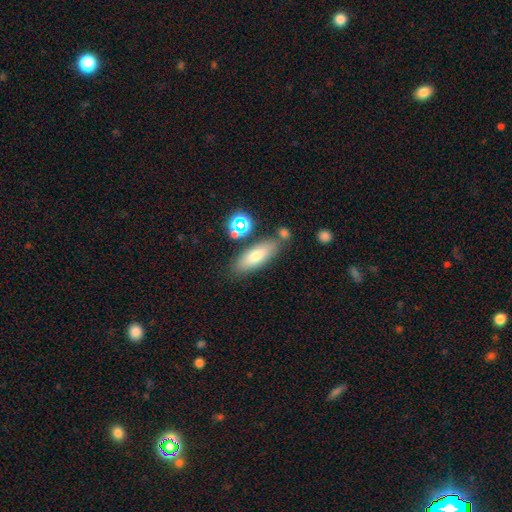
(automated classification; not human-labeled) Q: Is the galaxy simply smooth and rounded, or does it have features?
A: smooth — 71%.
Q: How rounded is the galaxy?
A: in between — 64%.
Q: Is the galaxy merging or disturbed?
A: none — 74%.